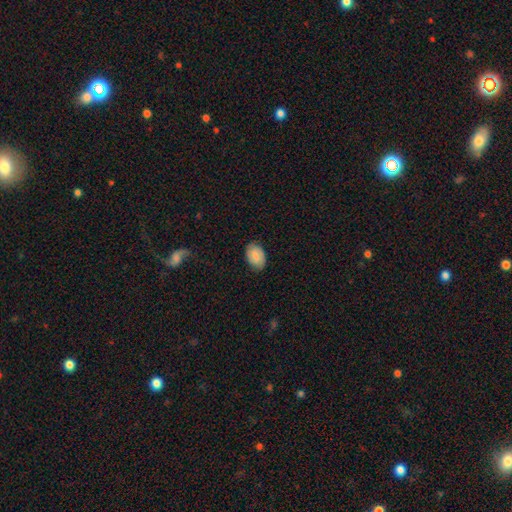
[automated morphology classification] A smooth galaxy with no disk features (71%) that is in between round and cigar-shaped (86%).

Vote fractions:
- Smooth or featured? smooth: 71% / featured or disk: 21% / star or artifact: 8%
- How rounded? in between: 86% / round: 13% / cigar-shaped: 1%
- Merging? none: 81% / minor disturbance: 15% / major disturbance: 3% / merger: 1%